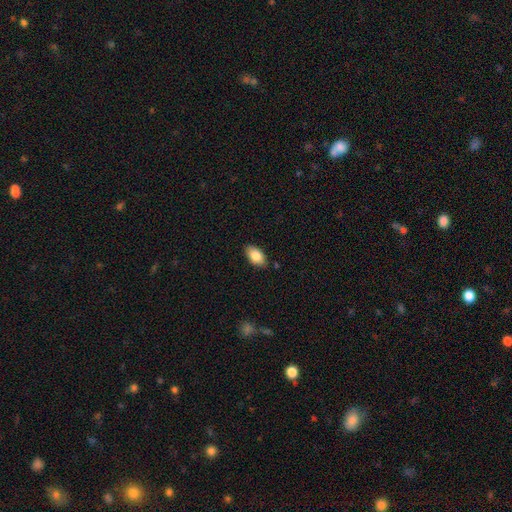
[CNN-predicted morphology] This appears to be a smooth galaxy with no disk features (83%) that is in between round and cigar-shaped (93%). Merging: none (86%).